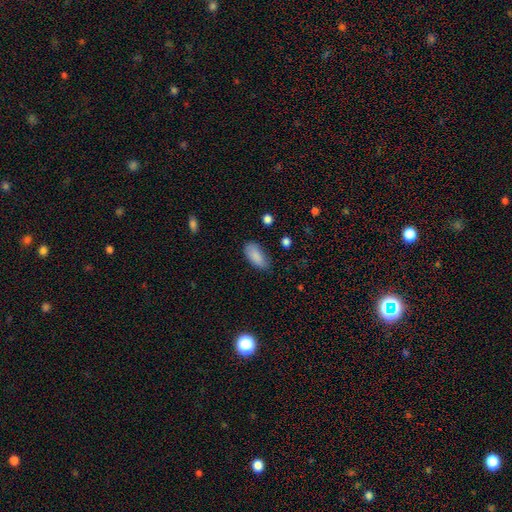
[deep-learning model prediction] Smooth or featured? smooth (87%)
How rounded? in between (91%)
Merging? none (71%)